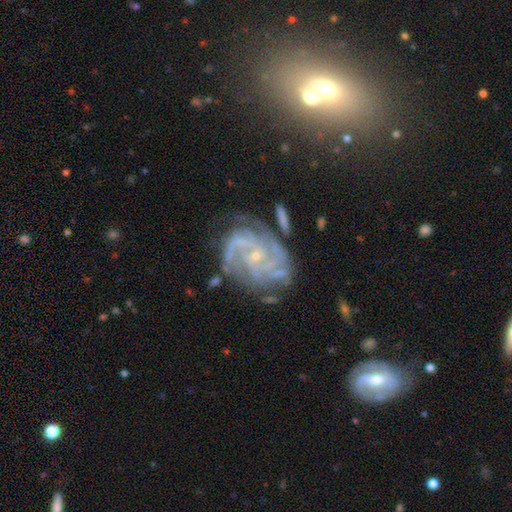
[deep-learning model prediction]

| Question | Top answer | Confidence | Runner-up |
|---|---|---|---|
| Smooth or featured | featured or disk | 88% | star or artifact (7%) |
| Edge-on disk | no | 98% | yes (2%) |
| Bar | no | 65% | weak (27%) |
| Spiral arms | yes | 97% | no (3%) |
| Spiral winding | tight | 59% | medium (34%) |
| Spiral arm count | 3 | 25% | can't tell (21%) |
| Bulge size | small | 81% | moderate (13%) |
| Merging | none | 64% | minor disturbance (21%) |